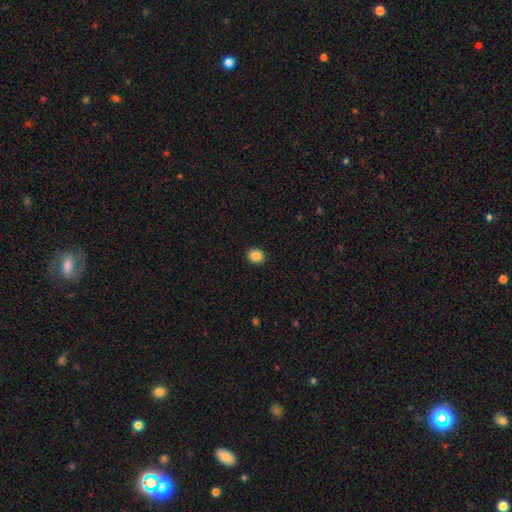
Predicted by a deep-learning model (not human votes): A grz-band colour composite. It shows a smooth galaxy with no disk features (86%) that is round (55%). Merging: none (91%).